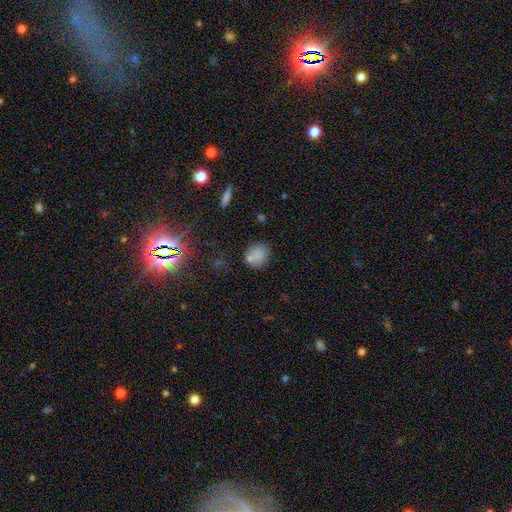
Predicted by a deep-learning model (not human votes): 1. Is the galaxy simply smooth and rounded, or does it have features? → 80% smooth, 12% star or artifact, 8% featured or disk.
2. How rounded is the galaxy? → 65% round, 33% in between, 1% cigar-shaped.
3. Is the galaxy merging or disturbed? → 70% none, 14% minor disturbance, 12% merger, 4% major disturbance.